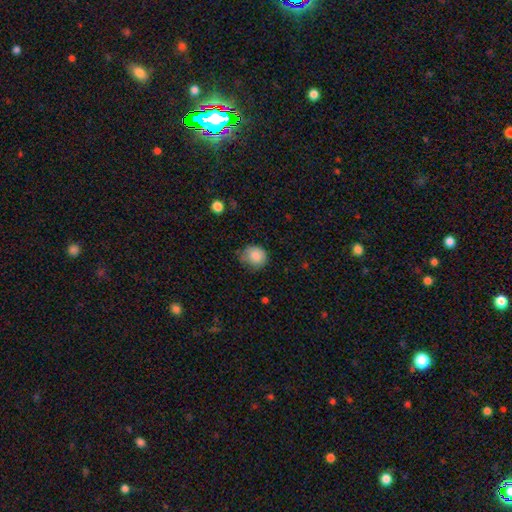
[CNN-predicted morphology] A smooth galaxy with no disk features (84%) that is round (75%).

Vote fractions:
- Smooth or featured? smooth: 84% / star or artifact: 8% / featured or disk: 8%
- How rounded? round: 75% / in between: 24% / cigar-shaped: 1%
- Merging? none: 57% / minor disturbance: 33% / major disturbance: 9% / merger: 2%